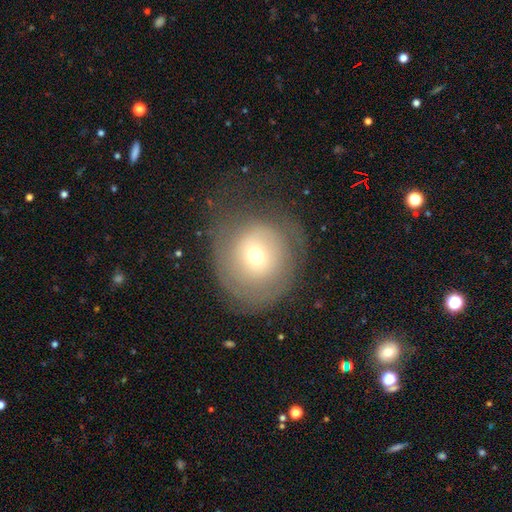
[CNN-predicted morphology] The model was most divided on "smooth or featured": smooth: 51%, featured or disk: 39%, star or artifact: 11%. More confident: how rounded — round (88%); merging — none (57%).